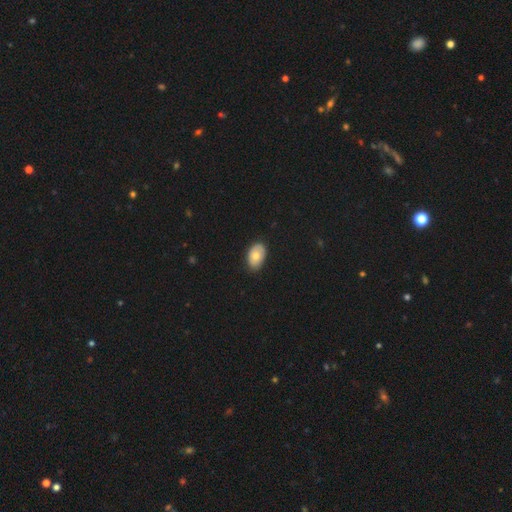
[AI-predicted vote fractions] Overall: smooth (71%). How rounded: in between (89%). Merging: none (82%).